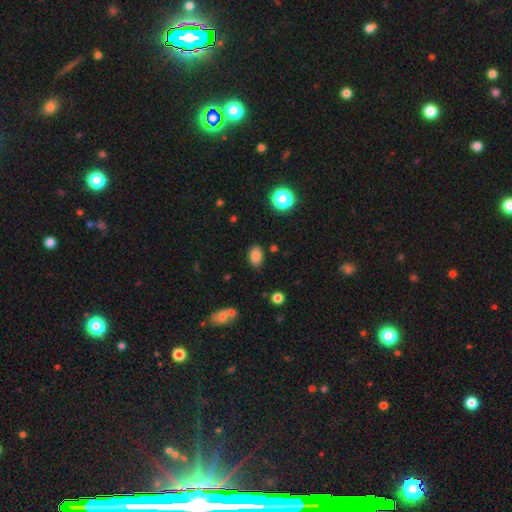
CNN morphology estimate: smooth_or_featured: smooth (p=0.81) [alt: star or artifact p=0.11]
how_rounded: in between (p=0.82) [alt: round p=0.16]
merging: none (p=0.82) [alt: minor disturbance p=0.12]